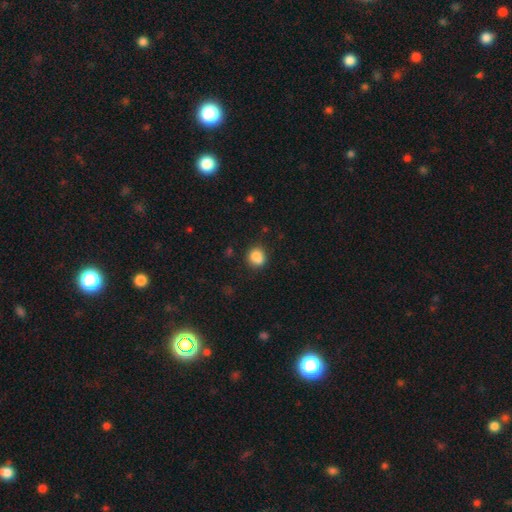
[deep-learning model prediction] Q: Smooth or featured?
A: smooth (84%); runner-up: star or artifact (10%)
Q: How rounded?
A: round (73%); runner-up: in between (26%)
Q: Merging?
A: none (72%); runner-up: minor disturbance (17%)